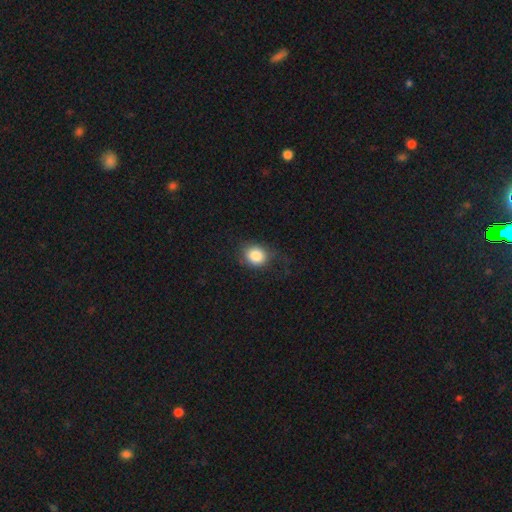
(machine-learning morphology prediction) Smooth or featured: smooth — 84% (star or artifact — 10%)
How rounded: round — 70% (in between — 29%)
Merging: none — 70% (minor disturbance — 21%)